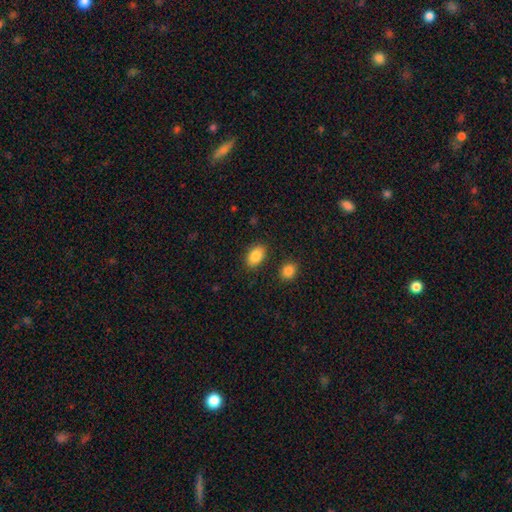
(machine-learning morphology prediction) Smooth or featured?
  - smooth: 87% *
  - star or artifact: 7%
  - featured or disk: 6%
How rounded?
  - in between: 90% *
  - round: 9%
  - cigar-shaped: 2%
Merging?
  - none: 84% *
  - minor disturbance: 10%
  - merger: 3%
  - major disturbance: 3%